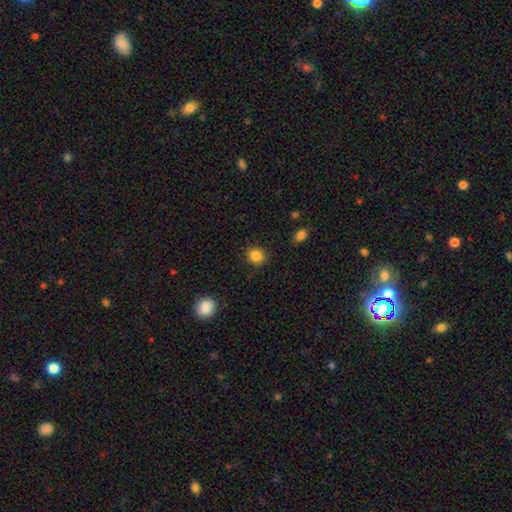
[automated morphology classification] Smooth or featured? smooth (86%)
How rounded? round (88%)
Merging? none (90%)